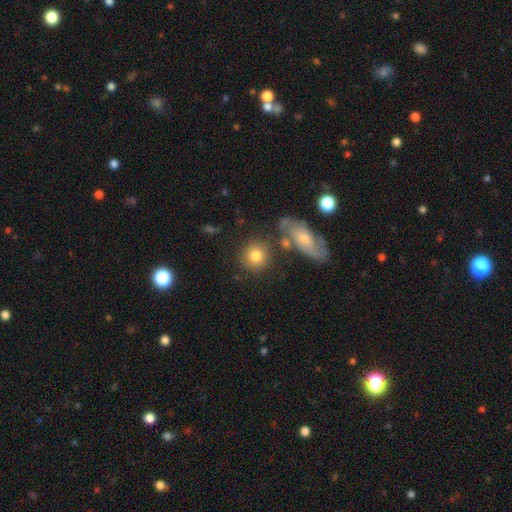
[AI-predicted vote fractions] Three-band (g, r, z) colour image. It shows a smooth galaxy with no disk features (78%) that is round (86%). Merging: none (72%).